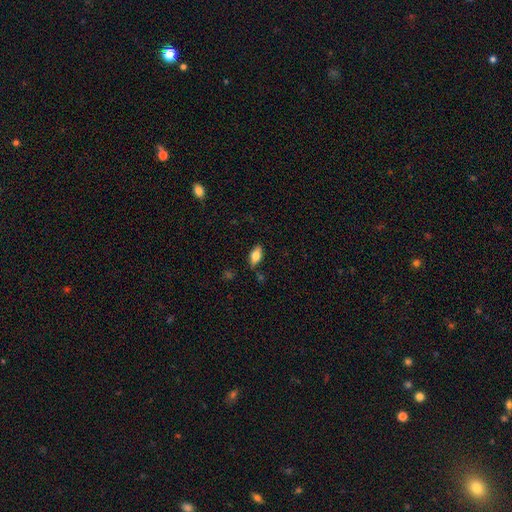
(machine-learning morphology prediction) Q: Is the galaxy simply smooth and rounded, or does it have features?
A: smooth — 73%.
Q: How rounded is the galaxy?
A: in between — 88%.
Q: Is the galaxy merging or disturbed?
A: none — 79%.